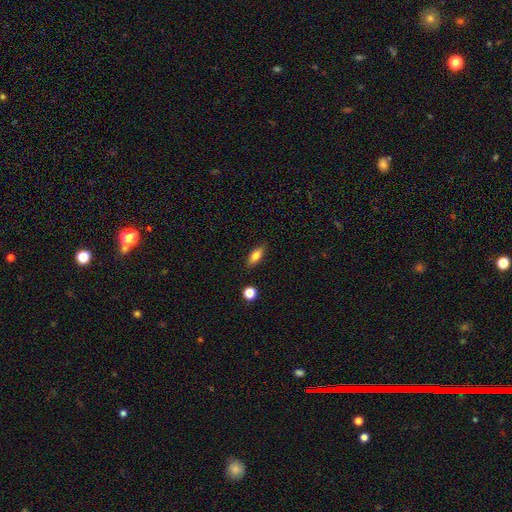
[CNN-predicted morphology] Overall: smooth (75%). How rounded: in between (75%). Merging: none (86%).